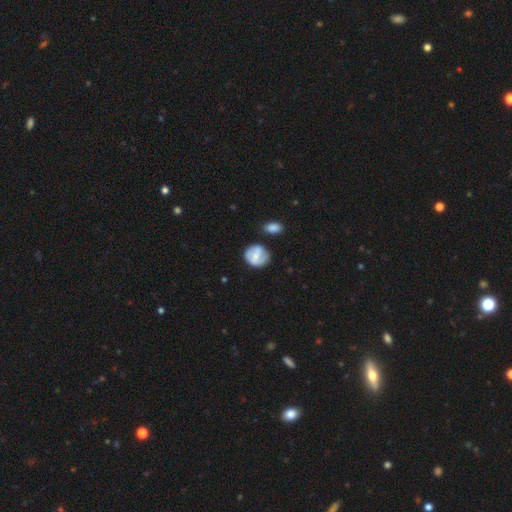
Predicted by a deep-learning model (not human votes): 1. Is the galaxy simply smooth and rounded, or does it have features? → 50% smooth, 43% featured or disk, 7% star or artifact.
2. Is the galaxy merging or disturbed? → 59% none, 24% minor disturbance, 9% merger, 8% major disturbance.